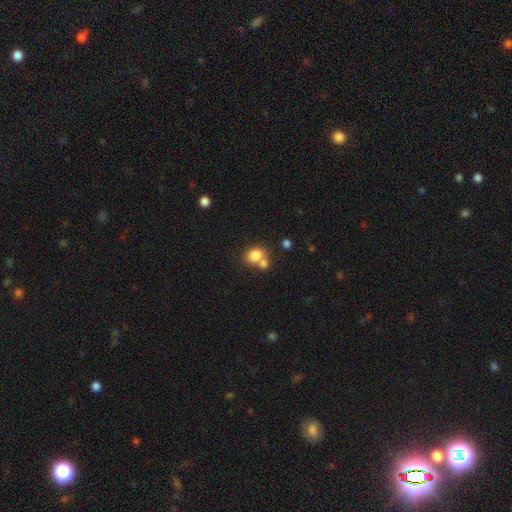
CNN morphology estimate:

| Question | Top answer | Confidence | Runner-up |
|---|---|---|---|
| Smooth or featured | smooth | 81% | star or artifact (10%) |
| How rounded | round | 51% | in between (48%) |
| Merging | none | 45% | merger (41%) |